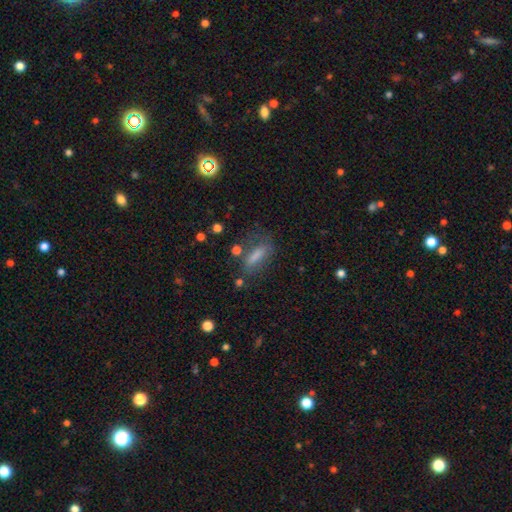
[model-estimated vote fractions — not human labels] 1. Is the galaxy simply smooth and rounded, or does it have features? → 61% smooth, 22% featured or disk, 17% star or artifact.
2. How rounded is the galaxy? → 54% cigar-shaped, 42% in between, 4% round.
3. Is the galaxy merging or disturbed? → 63% none, 20% minor disturbance, 13% major disturbance, 5% merger.